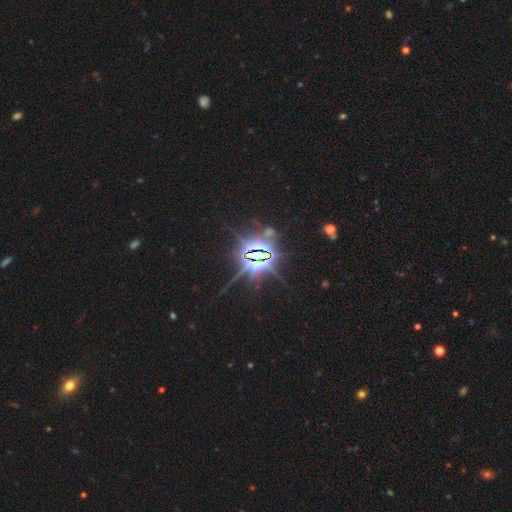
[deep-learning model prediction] This appears to be a star or artifact, not a galaxy (85%).